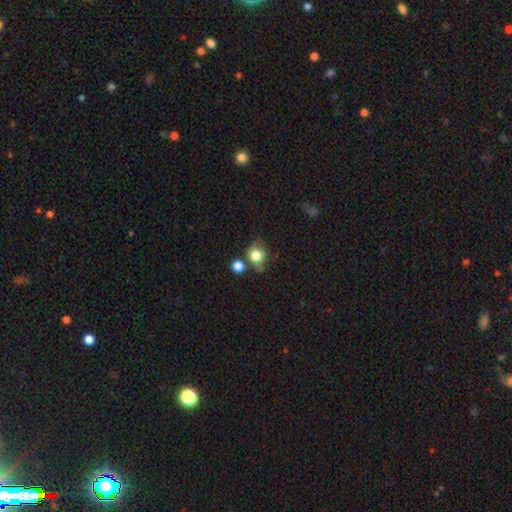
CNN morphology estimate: Q: Smooth or featured?
A: smooth (78%); runner-up: featured or disk (11%)
Q: How rounded?
A: round (74%); runner-up: in between (25%)
Q: Merging?
A: none (53%); runner-up: minor disturbance (20%)